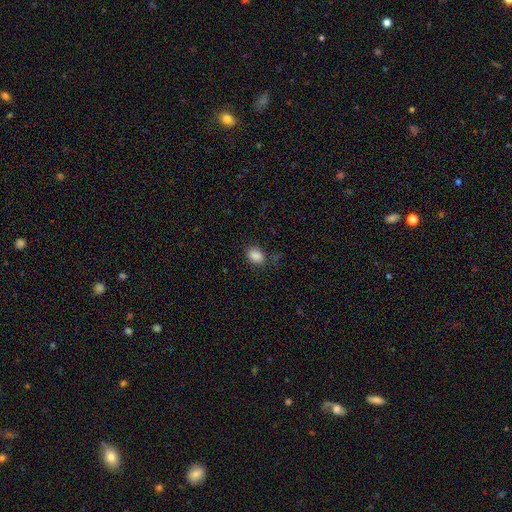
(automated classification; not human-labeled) Smooth or featured? Predicted: smooth (p=0.86). How rounded? Predicted: in between (p=0.75). Merging? Predicted: none (p=0.78).